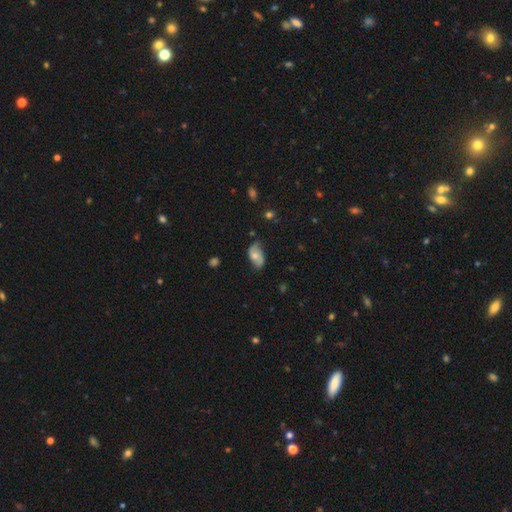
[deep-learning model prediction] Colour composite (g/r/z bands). It shows a smooth galaxy with no disk features (49%). Merging: none (58%).